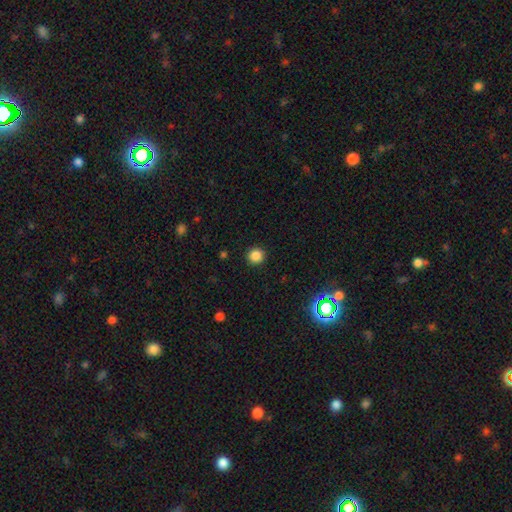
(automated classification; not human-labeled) Overall: smooth (85%). How rounded: round (94%). Merging: none (93%).